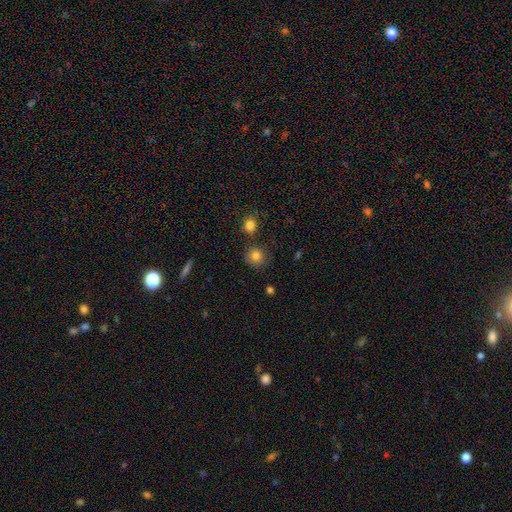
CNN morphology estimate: type=smooth (82%); roundness=round (90%); merging=none (81%).